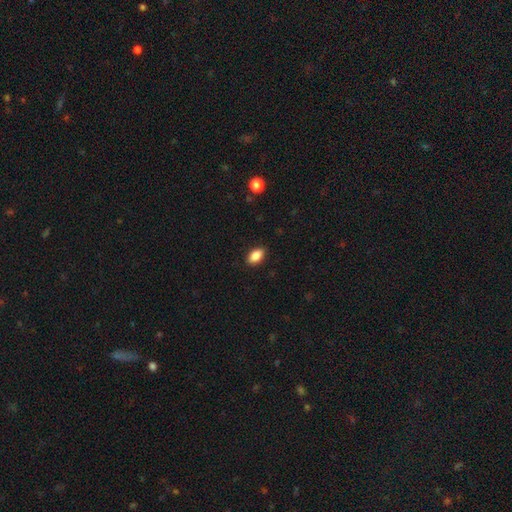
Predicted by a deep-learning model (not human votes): This appears to be a smooth galaxy with no disk features (87%) that is in between round and cigar-shaped (91%). Merging: none (89%).